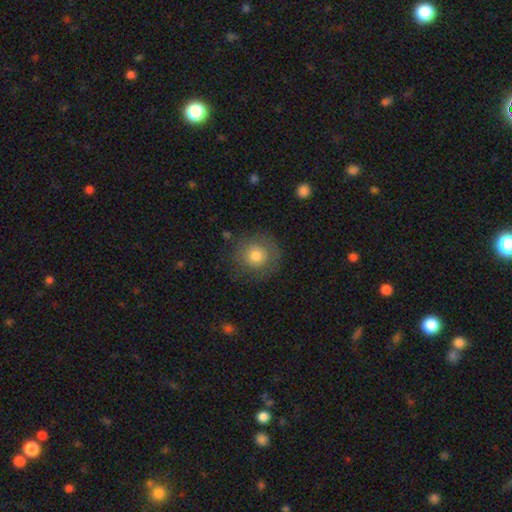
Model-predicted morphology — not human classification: smooth_or_featured: smooth (p=0.74) [alt: featured or disk p=0.17]
how_rounded: round (p=0.92) [alt: in between p=0.07]
merging: none (p=0.78) [alt: minor disturbance p=0.14]